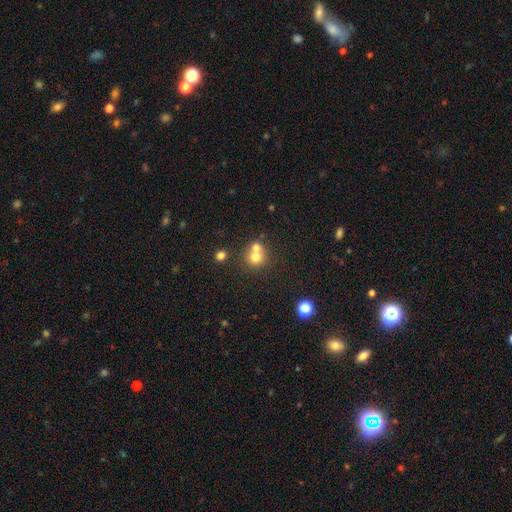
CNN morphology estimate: A smooth galaxy with no disk features (70%) that is round (84%).

Vote fractions:
- Smooth or featured? smooth: 70% / featured or disk: 16% / star or artifact: 14%
- How rounded? round: 84% / in between: 15% / cigar-shaped: 1%
- Merging? merger: 53% / none: 38% / minor disturbance: 6% / major disturbance: 3%